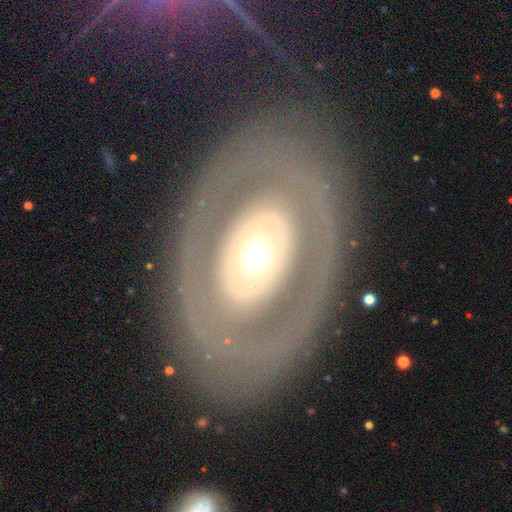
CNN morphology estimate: smooth-or-featured: featured or disk: 72% | smooth: 21% | star or artifact: 8%
  disk-edge-on: no: 92% | yes: 8%
    bar: no: 87% | weak: 8% | strong: 5%
    has-spiral-arms: no: 76% | yes: 24%
    bulge-size: moderate: 58% | small: 24% | large: 14% | dominant: 2% | none: 1%
  merging: none: 82% | minor disturbance: 10% | major disturbance: 7% | merger: 2%